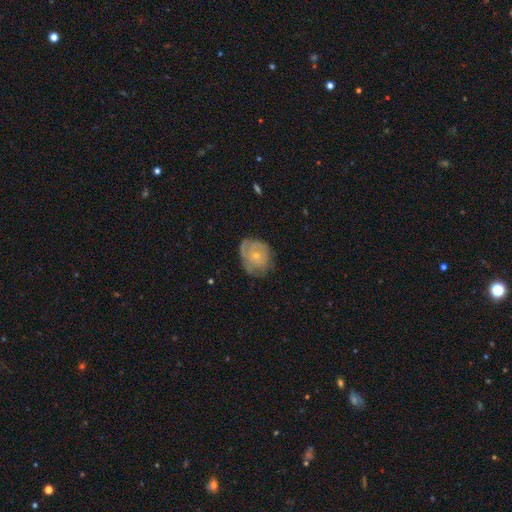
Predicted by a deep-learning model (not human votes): Q: Smooth or featured?
A: featured or disk (48%); runner-up: smooth (45%)
Q: Merging?
A: none (56%); runner-up: minor disturbance (30%)